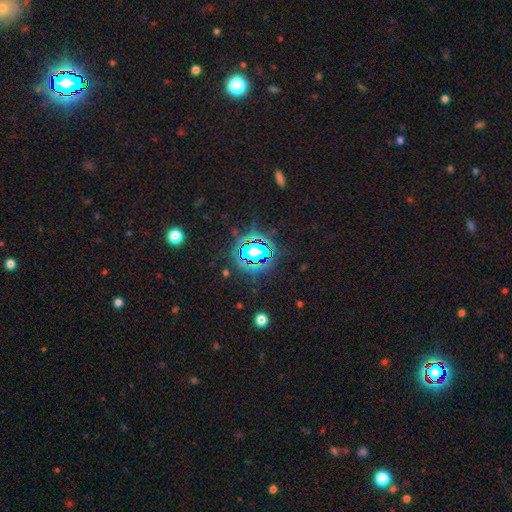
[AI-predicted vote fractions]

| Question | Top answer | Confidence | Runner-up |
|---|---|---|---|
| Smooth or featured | star or artifact | 83% | smooth (11%) |